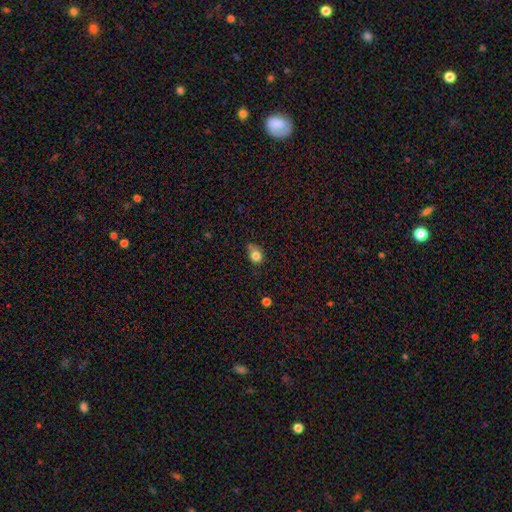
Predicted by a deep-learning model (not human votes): Smooth or featured: smooth — 80% (star or artifact — 10%)
How rounded: in between — 59% (round — 40%)
Merging: none — 44% (minor disturbance — 40%)